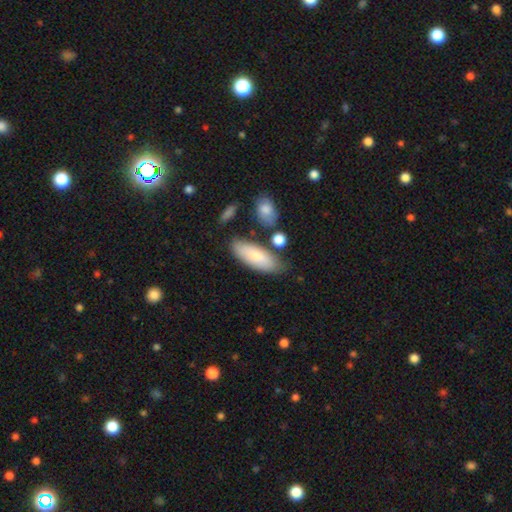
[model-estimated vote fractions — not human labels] Smooth or featured?
  - smooth: 72% *
  - featured or disk: 22%
  - star or artifact: 6%
How rounded?
  - in between: 78% *
  - cigar-shaped: 20%
  - round: 2%
Merging?
  - none: 72% *
  - minor disturbance: 17%
  - merger: 7%
  - major disturbance: 4%